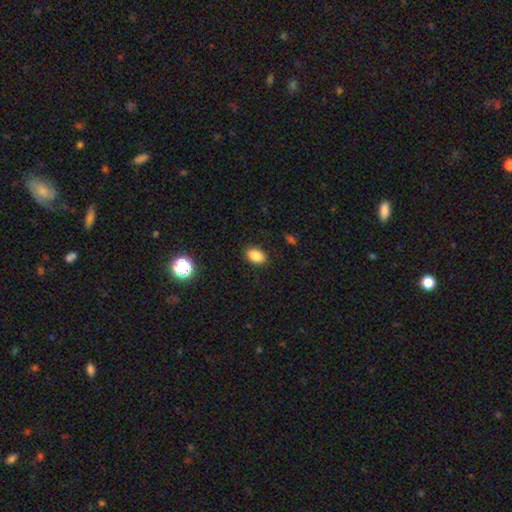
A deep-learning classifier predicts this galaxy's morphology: Smooth or featured: smooth — 86% (star or artifact — 10%)
How rounded: in between — 85% (round — 13%)
Merging: none — 87% (minor disturbance — 9%)